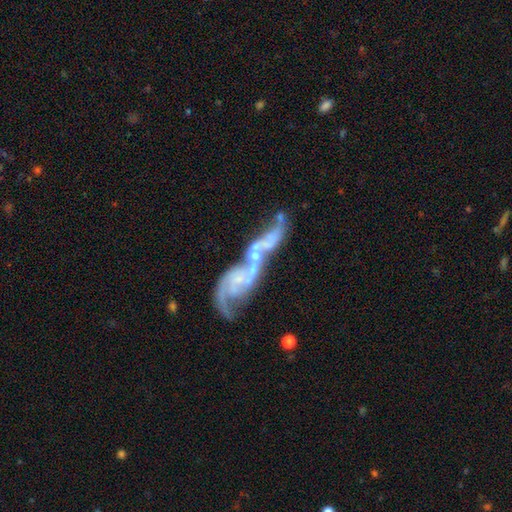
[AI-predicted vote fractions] smooth_or_featured: featured or disk (p=0.78) [alt: smooth p=0.14]
disk_edge_on: no (p=0.87) [alt: yes p=0.13]
bar: no (p=0.66) [alt: weak p=0.25]
has_spiral_arms: yes (p=0.79) [alt: no p=0.21]
spiral_winding: loose (p=0.46) [alt: medium p=0.35]
spiral_arm_count: 2 (p=0.57) [alt: can't tell p=0.21]
bulge_size: small (p=0.53) [alt: none p=0.25]
merging: merger (p=0.57) [alt: none p=0.17]